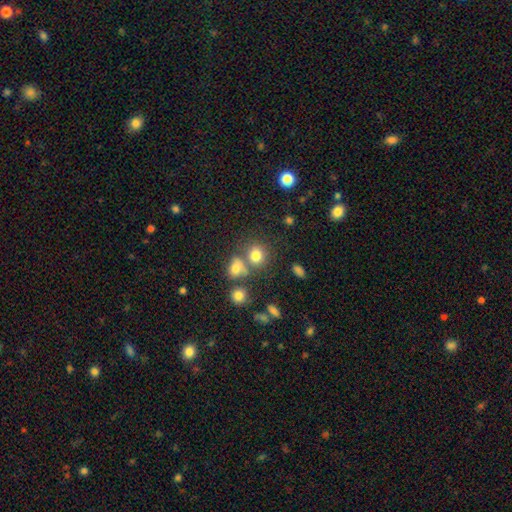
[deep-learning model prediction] smooth 76%, star or artifact 15%, featured or disk 9%. Down the decision tree: how rounded — round (75%); merging — none (60%).